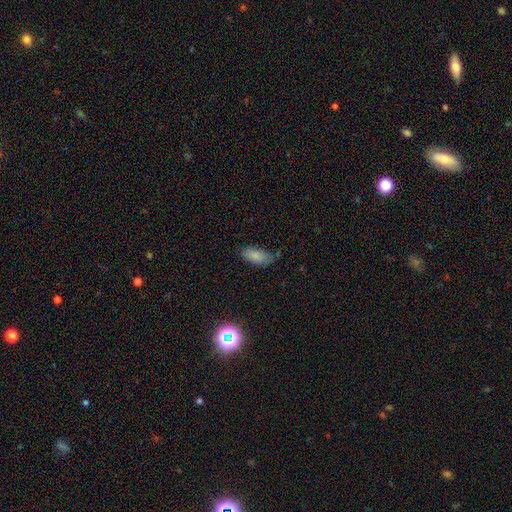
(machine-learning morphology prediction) Overall: smooth (85%). How rounded: in between (88%). Merging: none (72%).